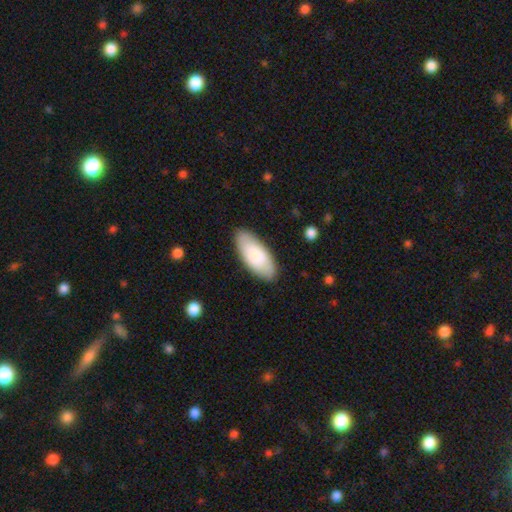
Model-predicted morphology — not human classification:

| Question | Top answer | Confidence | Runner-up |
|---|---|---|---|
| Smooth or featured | smooth | 78% | featured or disk (17%) |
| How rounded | in between | 87% | cigar-shaped (11%) |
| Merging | none | 86% | minor disturbance (11%) |